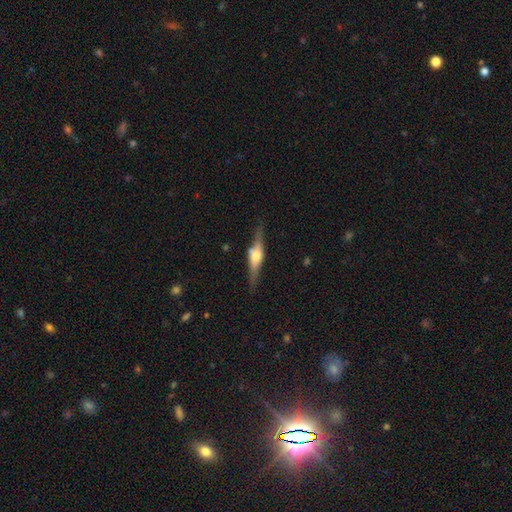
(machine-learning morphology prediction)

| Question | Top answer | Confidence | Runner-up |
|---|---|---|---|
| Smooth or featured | featured or disk | 71% | smooth (23%) |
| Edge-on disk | yes | 96% | no (4%) |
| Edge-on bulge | rounded | 88% | boxy (10%) |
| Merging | none | 83% | minor disturbance (12%) |